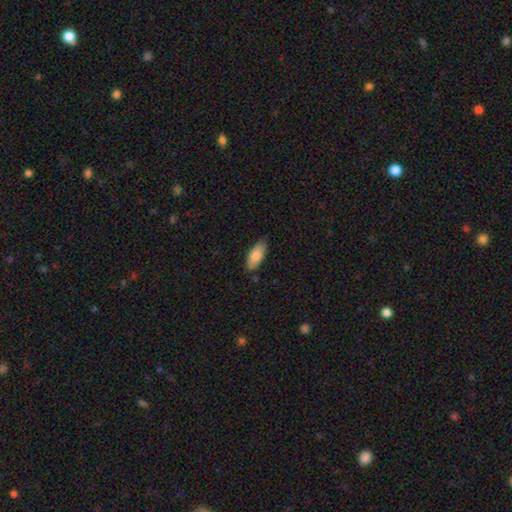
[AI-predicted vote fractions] This appears to be a smooth galaxy with no disk features (83%) that is in between round and cigar-shaped (83%). Merging: none (80%).